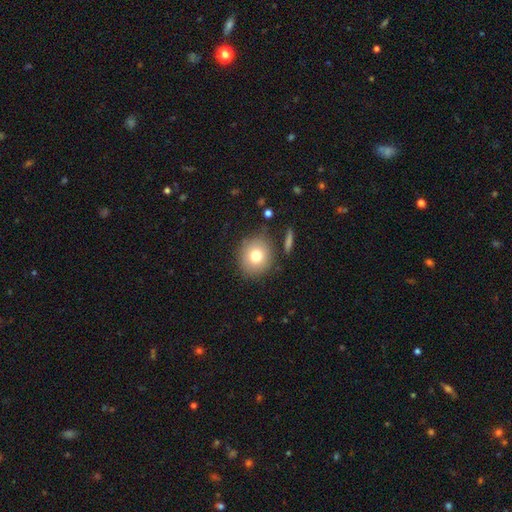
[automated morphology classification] A smooth galaxy with no disk features (76%) that is round (79%).

Vote fractions:
- Smooth or featured? smooth: 76% / featured or disk: 14% / star or artifact: 11%
- How rounded? round: 79% / in between: 20% / cigar-shaped: 1%
- Merging? none: 82% / minor disturbance: 11% / major disturbance: 4% / merger: 3%